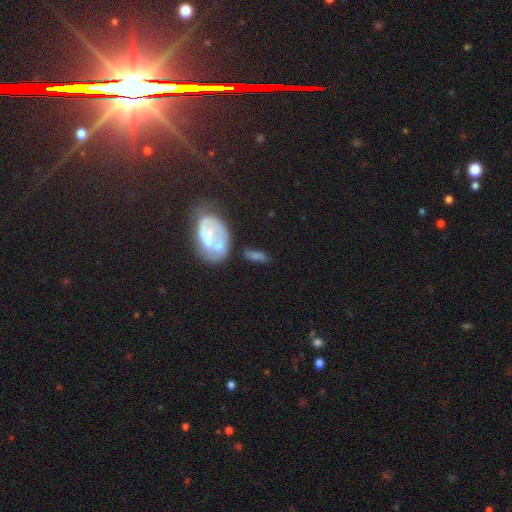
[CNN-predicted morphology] type=smooth (62%); roundness=in between (71%); merging=none (54%).